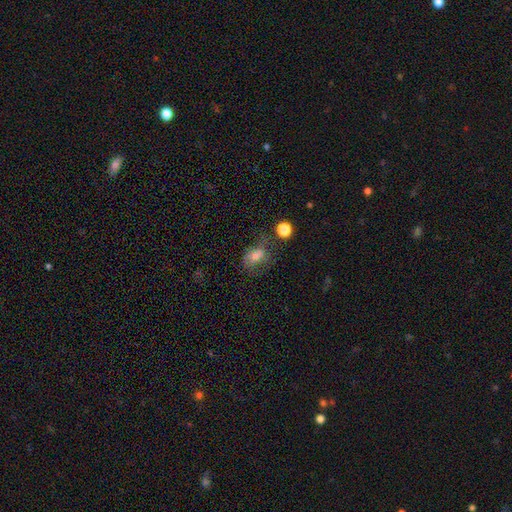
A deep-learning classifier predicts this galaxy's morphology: smooth-or-featured: smooth: 59% | featured or disk: 24% | star or artifact: 17%
  how-rounded: in between: 60% | round: 38% | cigar-shaped: 2%
  merging: none: 42% | minor disturbance: 24% | major disturbance: 20% | merger: 14%